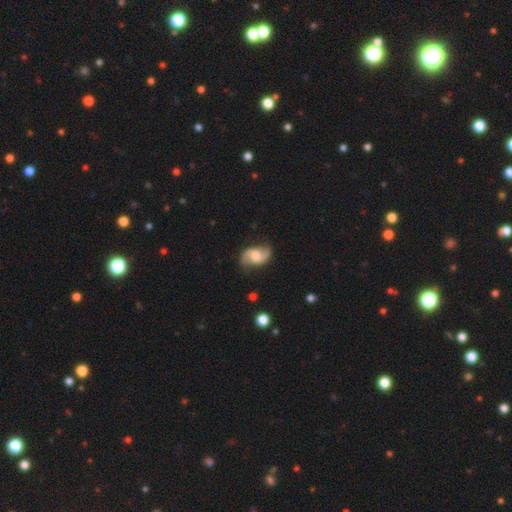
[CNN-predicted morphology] Overall: featured or disk (84%). Edge-on disk: no (97%). Bar: no (54%; weak 38%). Spiral arms: yes (97%). Spiral arm count: 2 (93%). Spiral winding: loose (51%; medium 39%). Bulge size: moderate (56%; small 22%). Merging: none (80%).